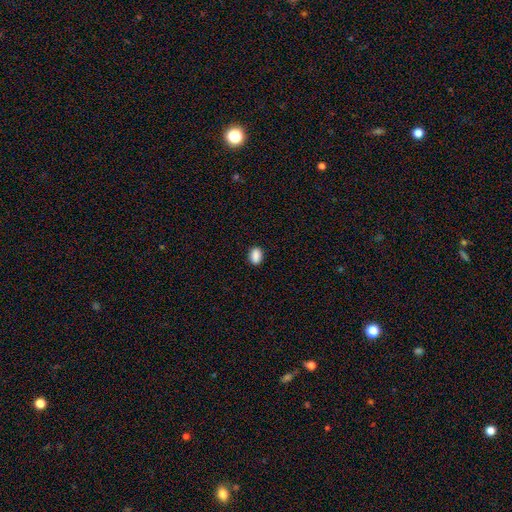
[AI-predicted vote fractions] This is clearly a smooth galaxy (88%). How rounded: likely in between (77%). Merging: clearly none (88%).